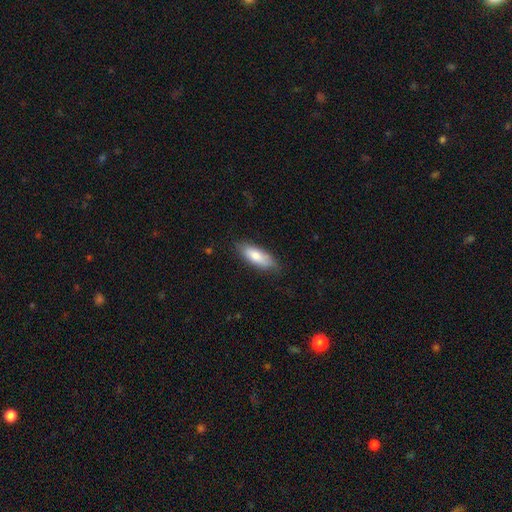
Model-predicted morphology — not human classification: Smooth or featured? smooth (78%)
How rounded? in between (67%)
Merging? none (79%)